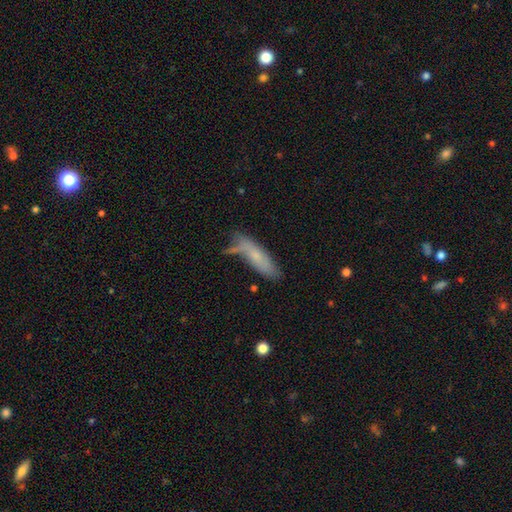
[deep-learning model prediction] Smooth or featured? smooth (64%)
How rounded? cigar-shaped (61%)
Merging? none (49%)